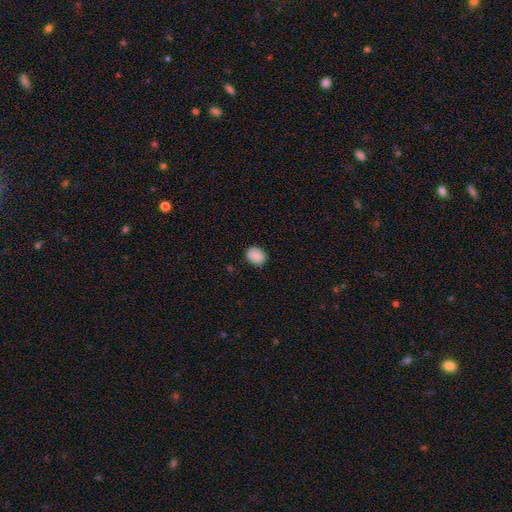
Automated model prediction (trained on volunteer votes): Morphology: type=smooth (89%); roundness=in between (53%); merging=none (83%).